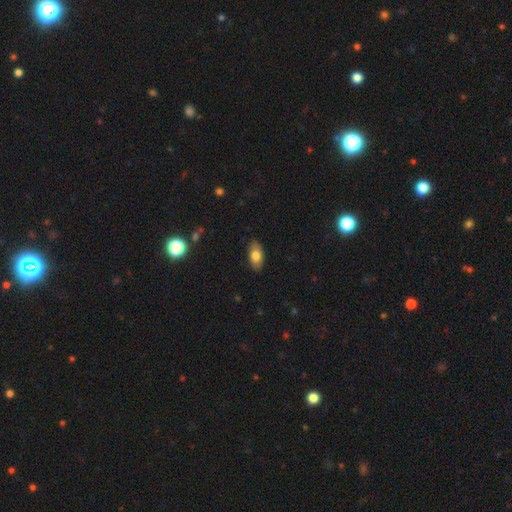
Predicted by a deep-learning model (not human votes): smooth_or_featured: smooth (p=0.79) [alt: featured or disk p=0.14]
how_rounded: in between (p=0.92) [alt: round p=0.04]
merging: none (p=0.85) [alt: minor disturbance p=0.12]